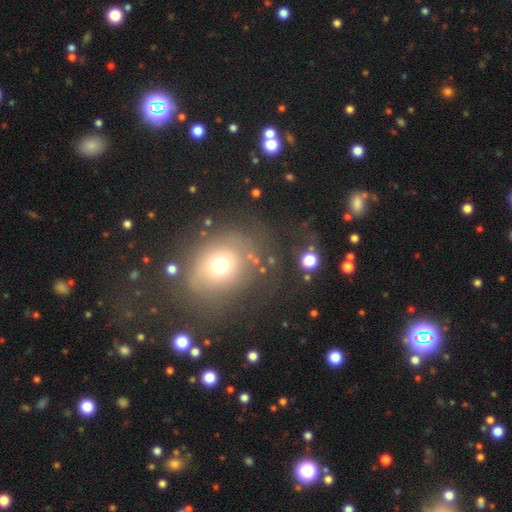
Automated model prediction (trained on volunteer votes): The model was most divided on "how rounded": round: 58%, in between: 40%, cigar-shaped: 1%. More confident: merging — none (69%); smooth or featured — smooth (53%).